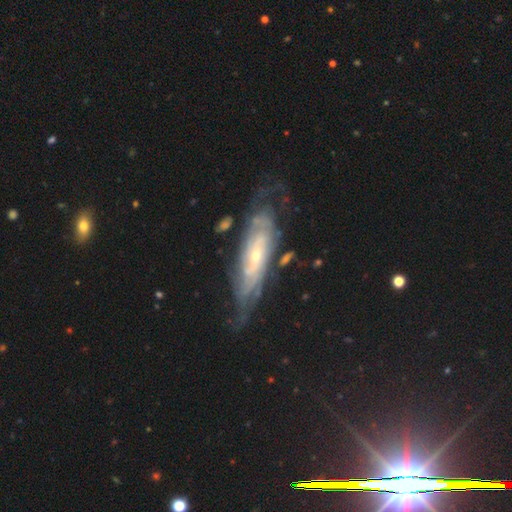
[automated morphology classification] The model was most divided on "bar": no: 65%, weak: 25%, strong: 10%. More confident: spiral arms — yes (91%); edge-on disk — no (83%); smooth or featured — featured or disk (82%); spiral winding — tight (71%); bulge size — small (69%); merging — none (65%); spiral arm count — can't tell (57%).